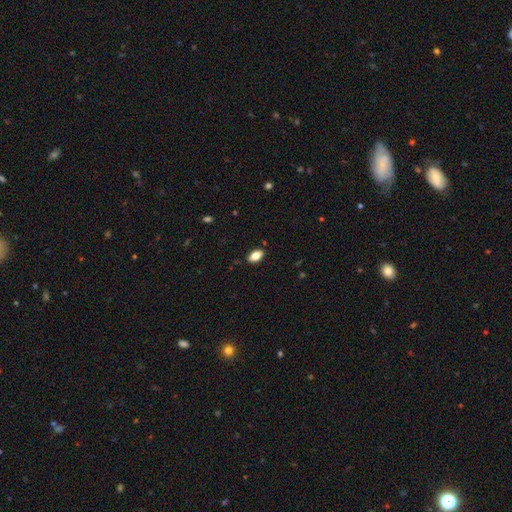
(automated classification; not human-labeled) smooth 83%, featured or disk 9%, star or artifact 8%. Down the decision tree: how rounded — in between (91%); merging — none (87%).